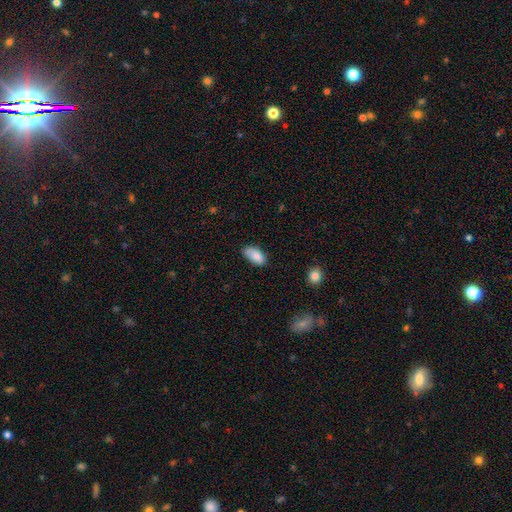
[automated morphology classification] This is clearly a smooth galaxy (85%). How rounded: clearly in between (93%). Merging: likely none (66%).